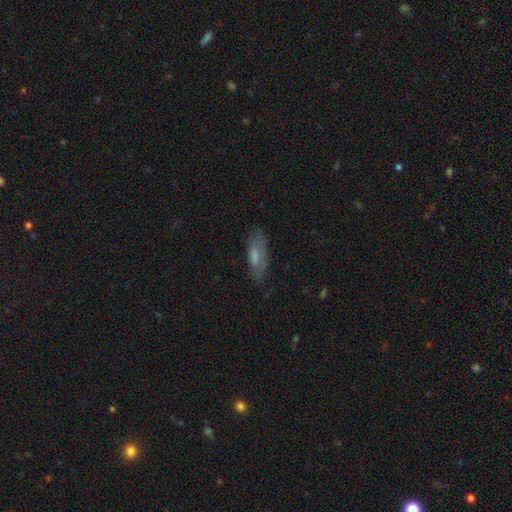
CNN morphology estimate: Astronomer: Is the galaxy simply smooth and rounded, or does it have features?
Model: smooth — 66%.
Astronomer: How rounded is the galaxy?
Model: in between — 64%.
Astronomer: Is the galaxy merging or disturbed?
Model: none — 71%.